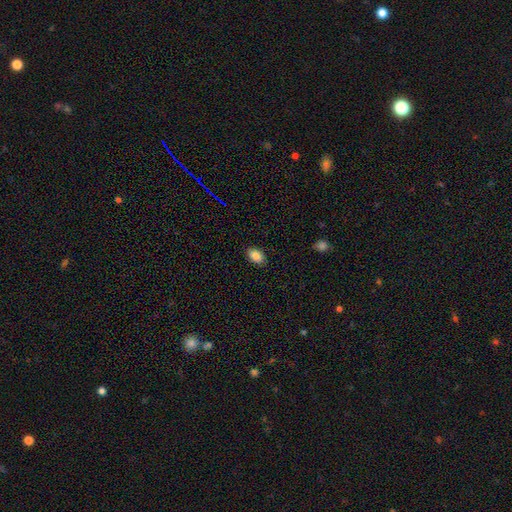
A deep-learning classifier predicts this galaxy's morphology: Smooth or featured? smooth (87%)
How rounded? in between (87%)
Merging? none (88%)